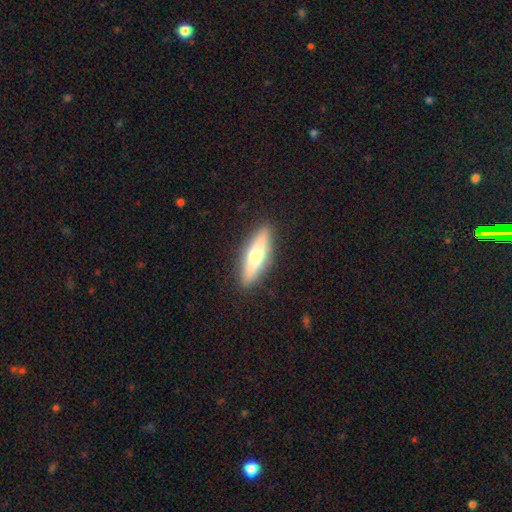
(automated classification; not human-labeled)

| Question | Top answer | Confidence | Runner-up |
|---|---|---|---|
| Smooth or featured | smooth | 54% | featured or disk (40%) |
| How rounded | cigar-shaped | 65% | in between (33%) |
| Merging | none | 89% | minor disturbance (8%) |